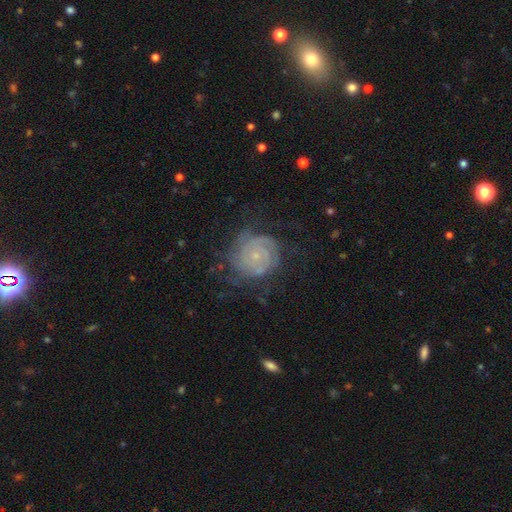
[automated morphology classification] Overall: featured or disk (78%). Edge-on disk: no (98%). Bar: no (80%). Spiral arms: yes (94%). Spiral arm count: can't tell (36%; 3 19%). Spiral winding: tight (73%). Bulge size: small (79%). Merging: none (65%).